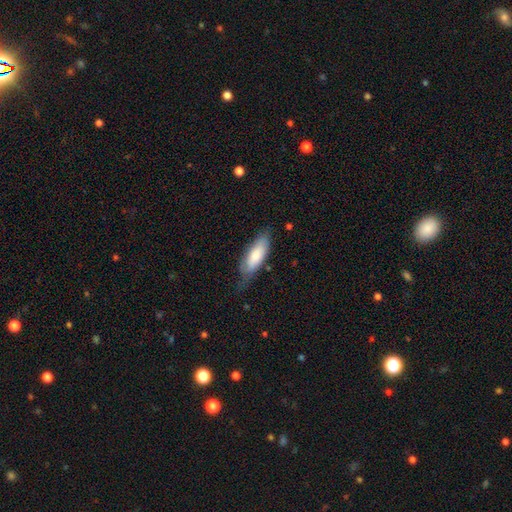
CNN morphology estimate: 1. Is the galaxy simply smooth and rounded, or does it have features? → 76% smooth, 18% featured or disk, 5% star or artifact.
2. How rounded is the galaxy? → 67% in between, 31% cigar-shaped, 2% round.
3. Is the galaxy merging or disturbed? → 59% none, 31% minor disturbance, 9% major disturbance, 2% merger.